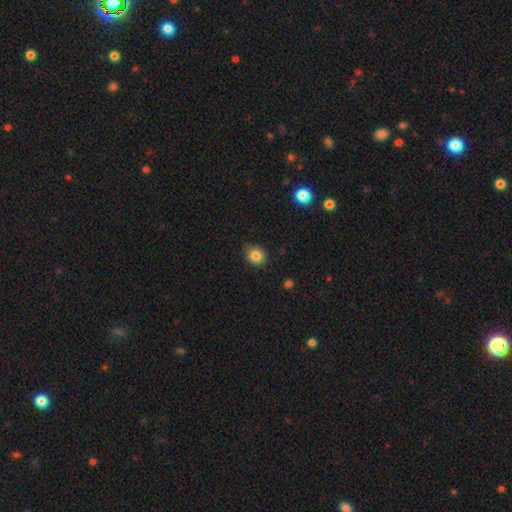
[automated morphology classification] Overall: smooth (83%). How rounded: round (74%). Merging: none (80%).